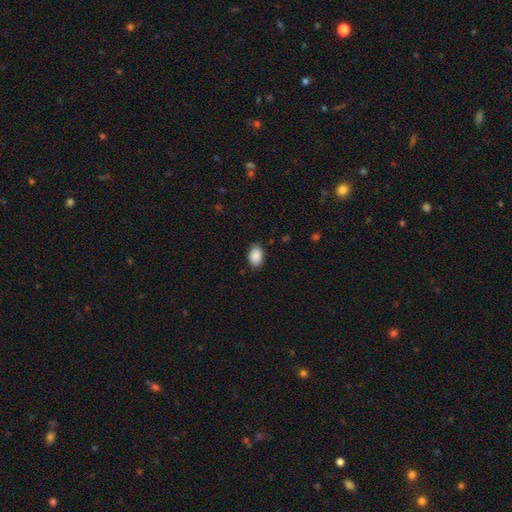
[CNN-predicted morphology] type=smooth (90%); roundness=in between (85%); merging=none (86%).